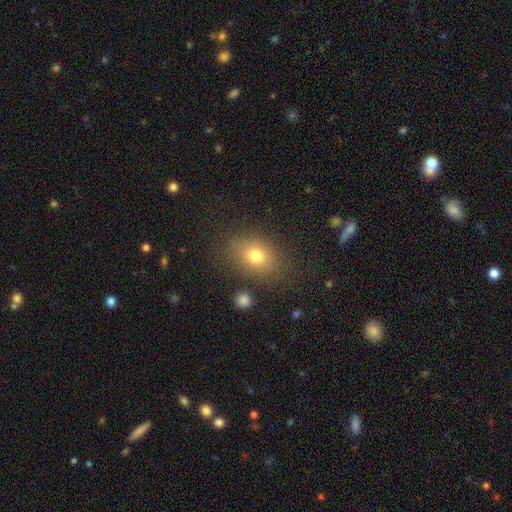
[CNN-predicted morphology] smooth_or_featured: smooth (p=0.75) [alt: star or artifact p=0.13]
how_rounded: in between (p=0.67) [alt: round p=0.32]
merging: none (p=0.82) [alt: minor disturbance p=0.11]